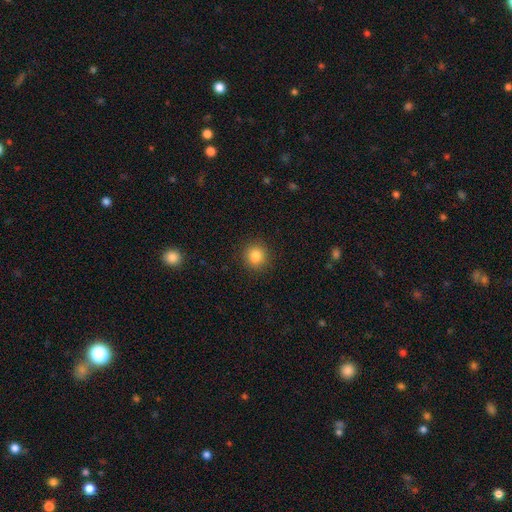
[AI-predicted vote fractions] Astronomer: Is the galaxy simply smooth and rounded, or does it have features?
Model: smooth — 85%.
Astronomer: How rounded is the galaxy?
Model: round — 91%.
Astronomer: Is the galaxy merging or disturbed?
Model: none — 91%.